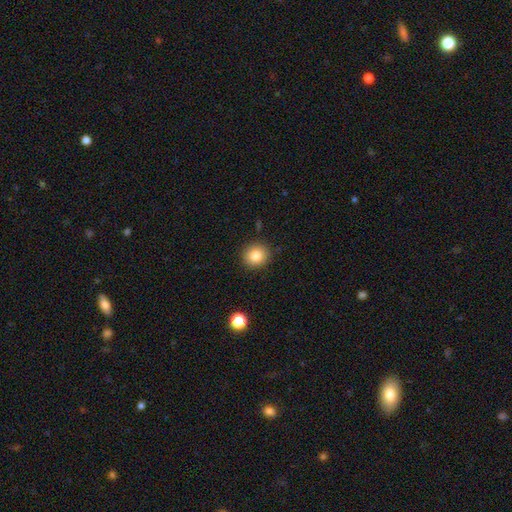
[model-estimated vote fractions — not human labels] Morphology: type=smooth (83%); roundness=round (87%); merging=none (89%).